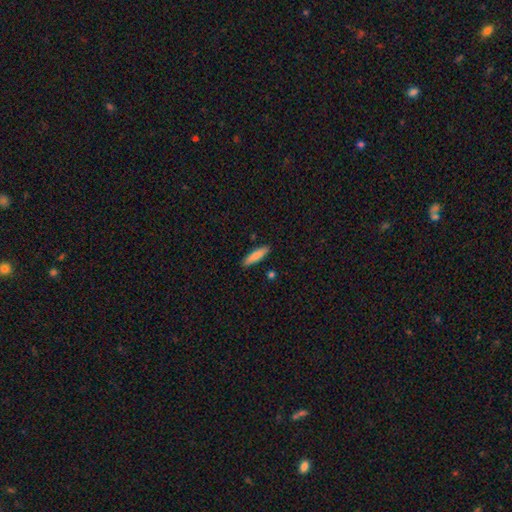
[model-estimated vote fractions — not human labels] Q: Smooth or featured?
A: smooth (83%); runner-up: featured or disk (11%)
Q: How rounded?
A: cigar-shaped (74%); runner-up: in between (24%)
Q: Merging?
A: none (88%); runner-up: minor disturbance (8%)